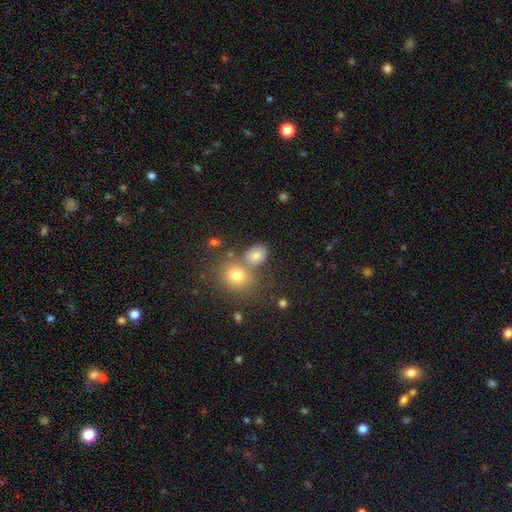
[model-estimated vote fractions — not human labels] Smooth or featured?
  - smooth: 78% *
  - star or artifact: 13%
  - featured or disk: 9%
How rounded?
  - in between: 55% *
  - round: 44%
  - cigar-shaped: 1%
Merging?
  - none: 61% *
  - merger: 21%
  - minor disturbance: 13%
  - major disturbance: 5%